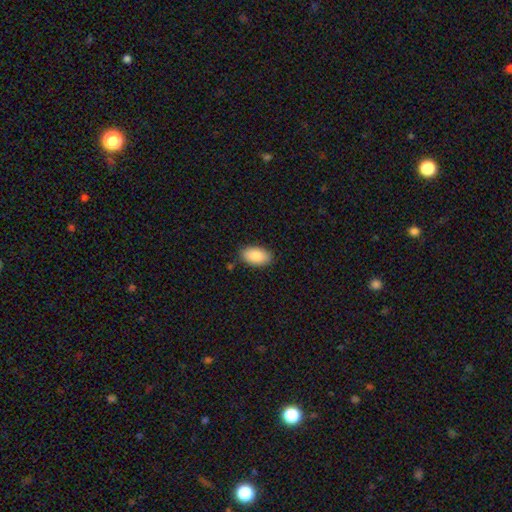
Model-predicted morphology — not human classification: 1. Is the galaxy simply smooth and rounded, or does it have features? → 88% smooth, 6% star or artifact, 6% featured or disk.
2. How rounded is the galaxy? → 95% in between, 3% round, 2% cigar-shaped.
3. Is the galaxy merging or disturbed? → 85% none, 11% minor disturbance, 2% major disturbance, 1% merger.